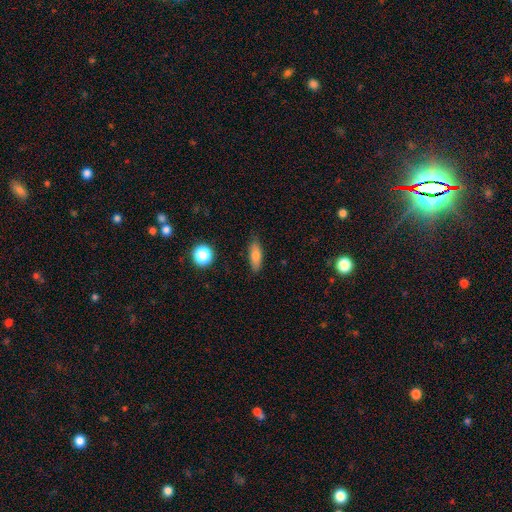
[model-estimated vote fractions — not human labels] Smooth or featured: smooth — 76% (featured or disk — 16%)
How rounded: in between — 60% (cigar-shaped — 36%)
Merging: none — 84% (minor disturbance — 12%)